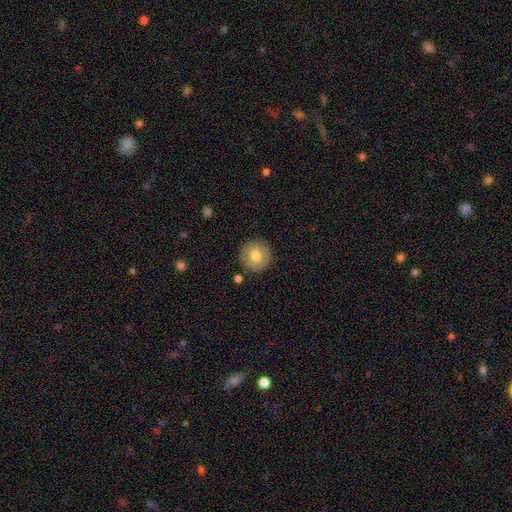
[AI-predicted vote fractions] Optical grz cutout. It shows a smooth galaxy with no disk features (74%) that is round (94%). Merging: none (88%).